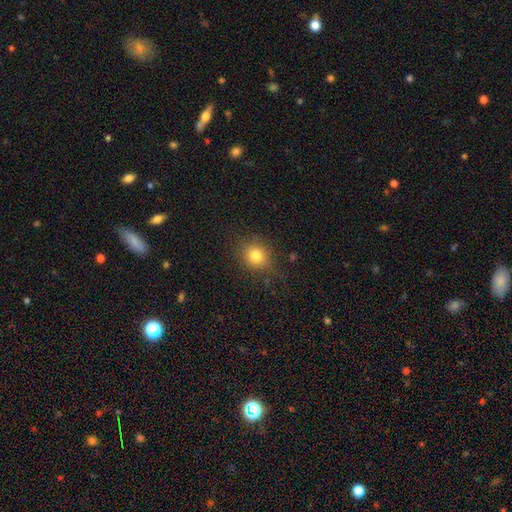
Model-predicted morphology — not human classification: Smooth or featured? Predicted: smooth (p=0.80). How rounded? Predicted: round (p=0.69). Merging? Predicted: none (p=0.83).